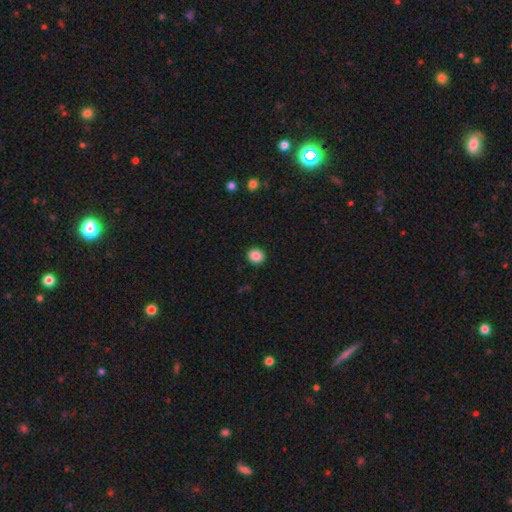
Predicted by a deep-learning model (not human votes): Smooth or featured?
  - smooth: 87% *
  - star or artifact: 9%
  - featured or disk: 3%
How rounded?
  - round: 82% *
  - in between: 17%
  - cigar-shaped: 1%
Merging?
  - none: 92% *
  - minor disturbance: 5%
  - major disturbance: 2%
  - merger: 1%